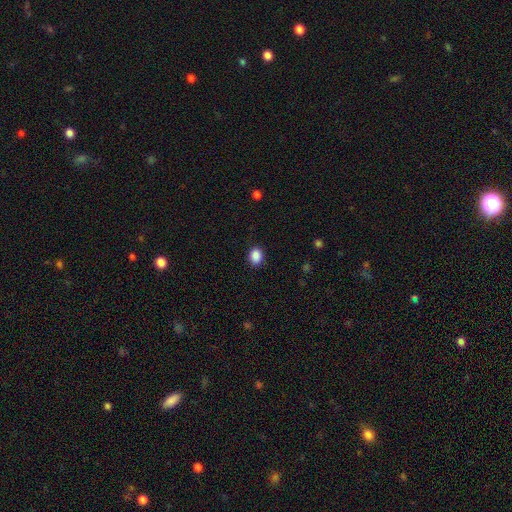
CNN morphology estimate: The model was most divided on "how rounded": round: 51%, in between: 48%, cigar-shaped: 1%. More confident: merging — none (89%); smooth or featured — smooth (88%).